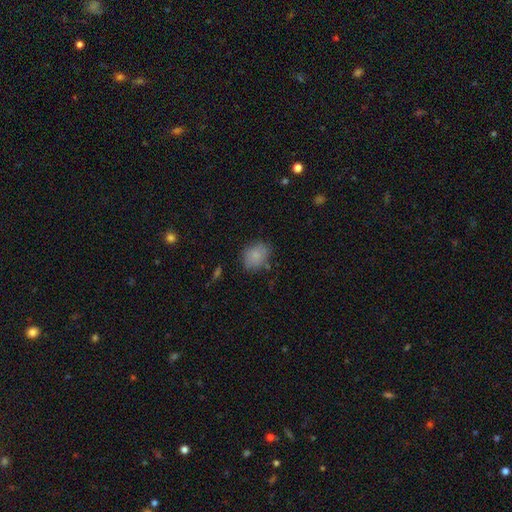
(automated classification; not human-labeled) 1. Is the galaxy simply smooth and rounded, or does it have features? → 82% smooth, 10% featured or disk, 9% star or artifact.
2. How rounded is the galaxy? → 52% round, 47% in between, 1% cigar-shaped.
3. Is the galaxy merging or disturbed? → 74% none, 18% minor disturbance, 4% major disturbance, 3% merger.